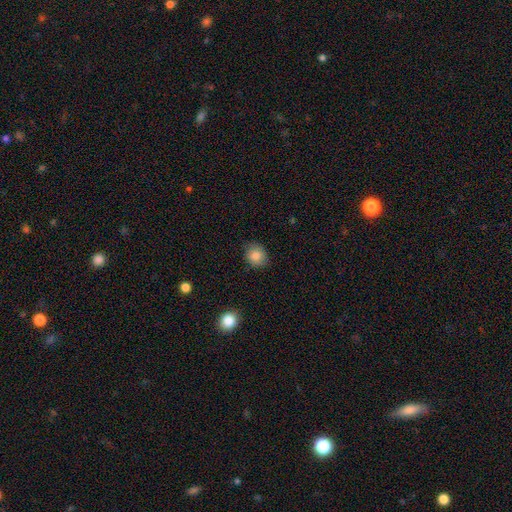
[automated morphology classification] A smooth galaxy with no disk features (83%) that is round (72%). Merging: none (80%).